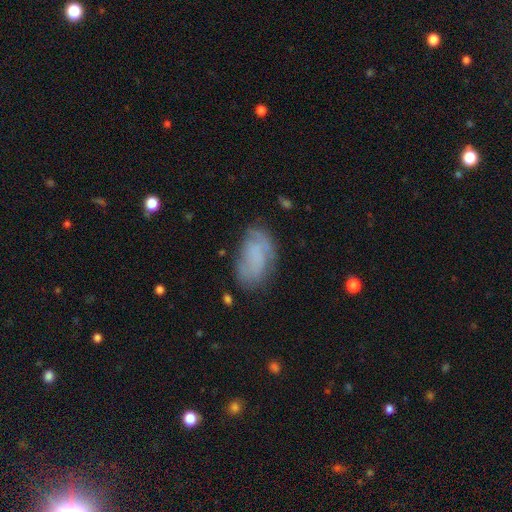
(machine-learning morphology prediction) The model was most divided on "smooth or featured": smooth: 55%, featured or disk: 35%, star or artifact: 10%. More confident: how rounded — in between (92%); merging — none (62%).